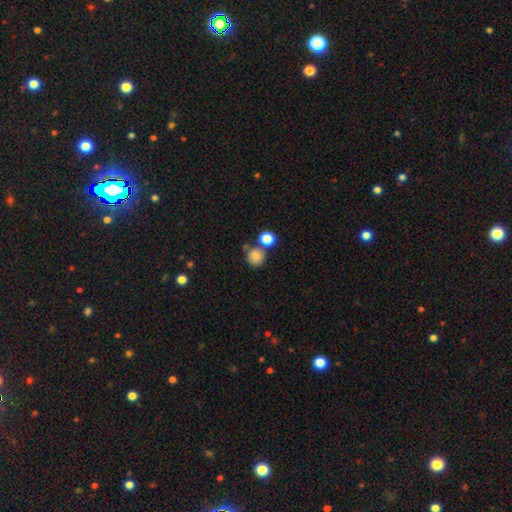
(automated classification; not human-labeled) Smooth or featured: smooth — 81% (star or artifact — 11%)
How rounded: round — 88% (in between — 11%)
Merging: none — 63% (merger — 22%)